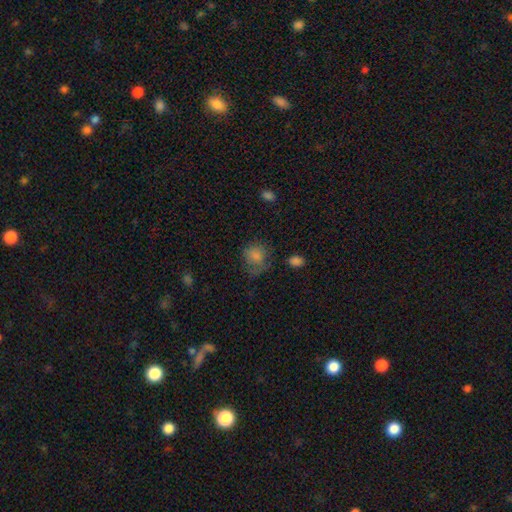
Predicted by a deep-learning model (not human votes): Q: Smooth or featured?
A: smooth (77%); runner-up: star or artifact (11%)
Q: How rounded?
A: round (69%); runner-up: in between (30%)
Q: Merging?
A: none (48%); runner-up: minor disturbance (27%)